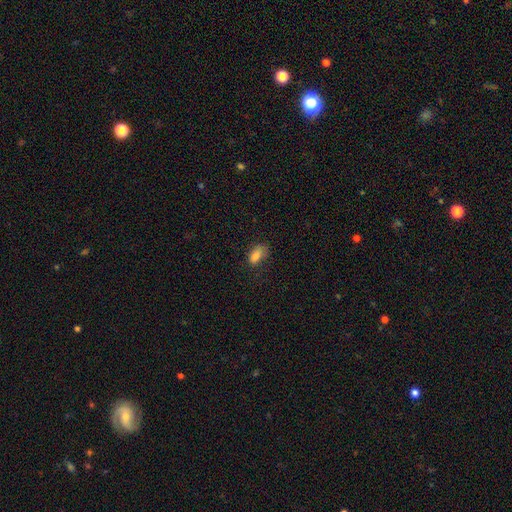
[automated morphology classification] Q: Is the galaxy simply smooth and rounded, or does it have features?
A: smooth — 83%.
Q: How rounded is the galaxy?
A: in between — 90%.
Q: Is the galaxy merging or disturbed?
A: none — 55%.